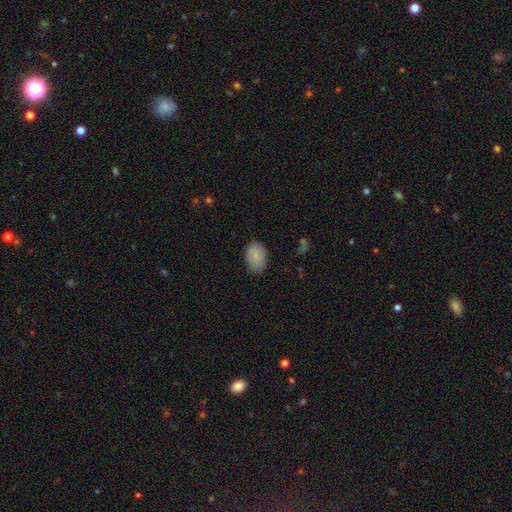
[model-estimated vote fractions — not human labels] Q: Smooth or featured?
A: smooth (85%); runner-up: star or artifact (7%)
Q: How rounded?
A: in between (77%); runner-up: round (22%)
Q: Merging?
A: none (78%); runner-up: minor disturbance (17%)